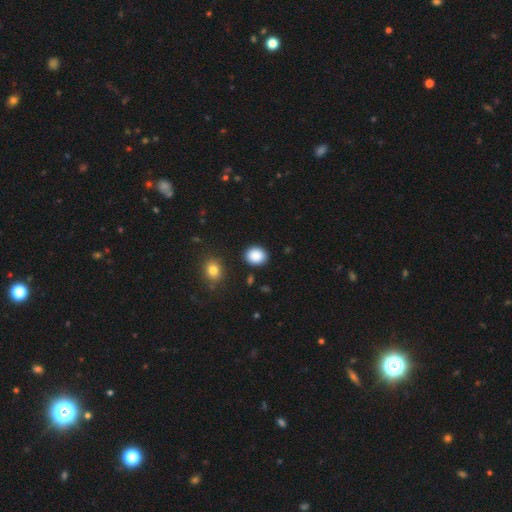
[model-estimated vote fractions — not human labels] A smooth galaxy with no disk features (89%) that is round (66%). Merging: none (87%).